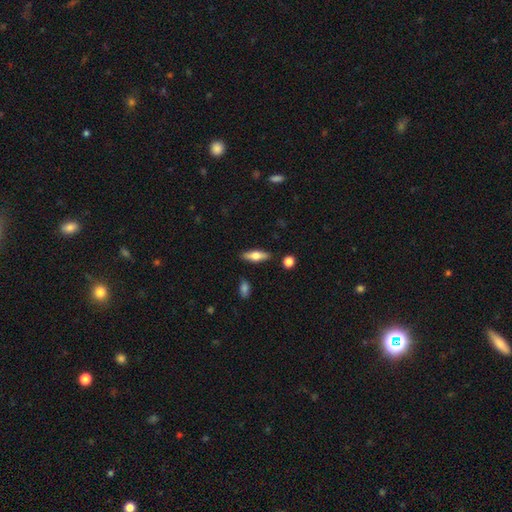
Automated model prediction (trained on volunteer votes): A smooth galaxy with no disk features (53%) that is in between round and cigar-shaped (51%).

Vote fractions:
- Smooth or featured? smooth: 53% / featured or disk: 40% / star or artifact: 7%
- How rounded? in between: 51% / cigar-shaped: 46% / round: 3%
- Merging? none: 86% / minor disturbance: 10% / merger: 2% / major disturbance: 2%